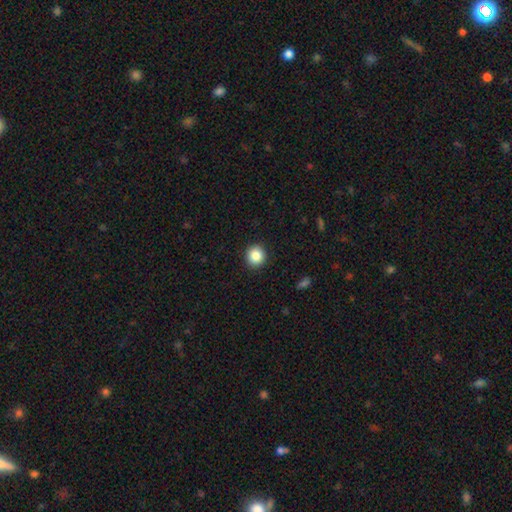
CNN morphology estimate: type=smooth (86%); roundness=round (91%); merging=none (92%).